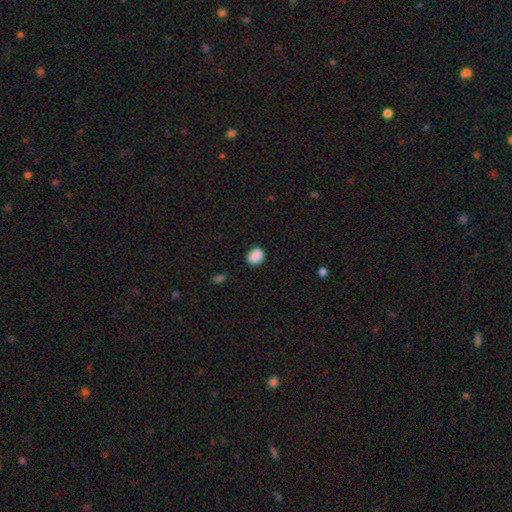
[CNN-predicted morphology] Overall: smooth (88%). How rounded: round (55%; in between 44%). Merging: none (83%).